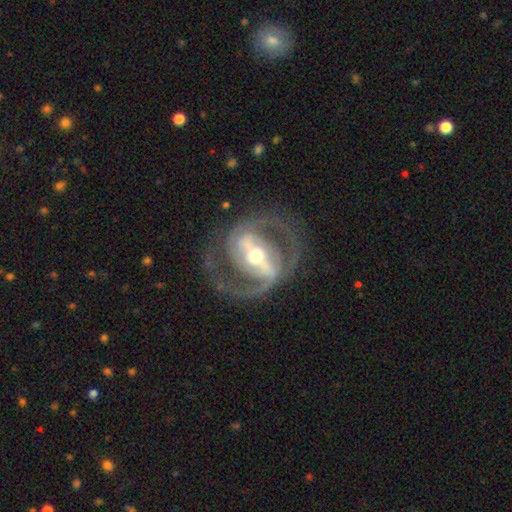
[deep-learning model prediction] featured or disk 90%, smooth 6%, star or artifact 4%. Down the decision tree: edge-on disk — no (95%); bar — strong (70%); spiral arms — yes (92%); spiral arm count — 2 (89%); spiral winding — medium (54%); bulge size — moderate (66%); merging — none (75%).